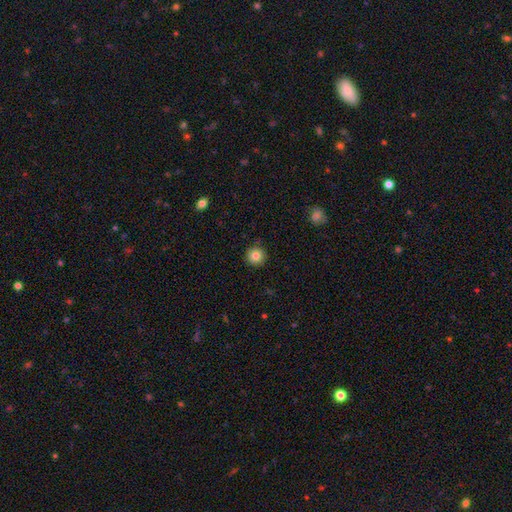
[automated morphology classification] This appears to be a smooth galaxy with no disk features (83%) that is round (95%). Merging: none (90%).